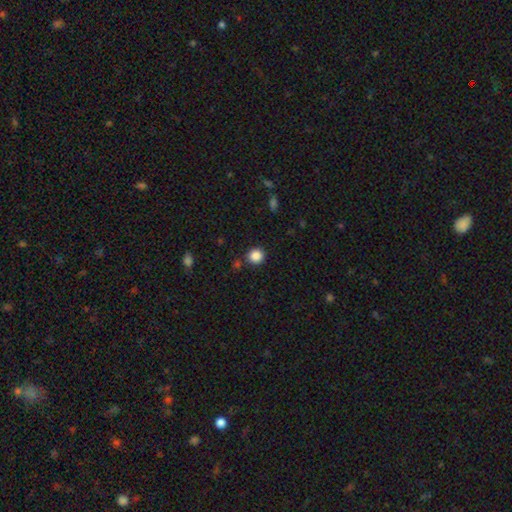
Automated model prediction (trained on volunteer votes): This is clearly a smooth galaxy (86%). How rounded: clearly round (92%). Merging: clearly none (87%).